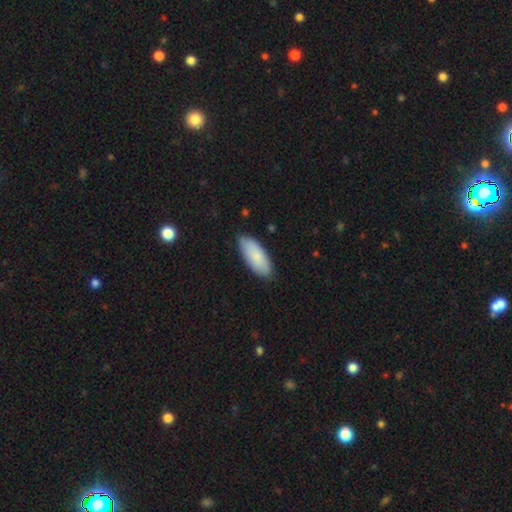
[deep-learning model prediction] The model was most divided on "how rounded": in between: 84%, cigar-shaped: 15%, round: 2%. More confident: smooth or featured — smooth (86%); merging — none (85%).